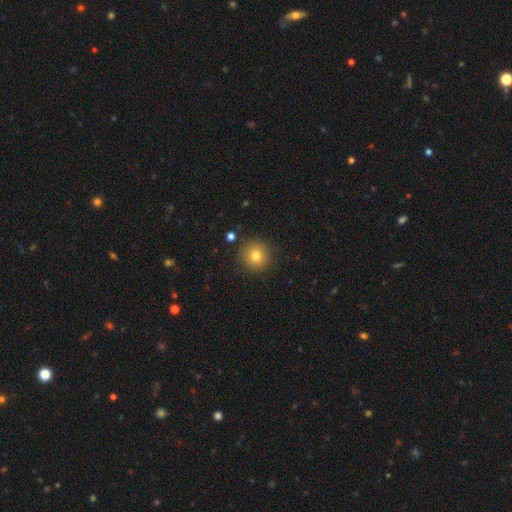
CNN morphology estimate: Q: Smooth or featured?
A: smooth (80%); runner-up: star or artifact (12%)
Q: How rounded?
A: round (93%); runner-up: in between (6%)
Q: Merging?
A: none (88%); runner-up: minor disturbance (8%)